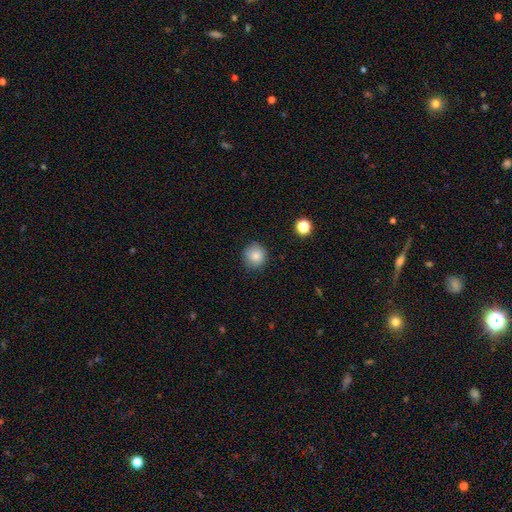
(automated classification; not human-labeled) smooth-or-featured: smooth: 85% | star or artifact: 9% | featured or disk: 6%
  how-rounded: round: 93% | in between: 6% | cigar-shaped: 1%
  merging: none: 87% | minor disturbance: 10% | major disturbance: 2% | merger: 1%